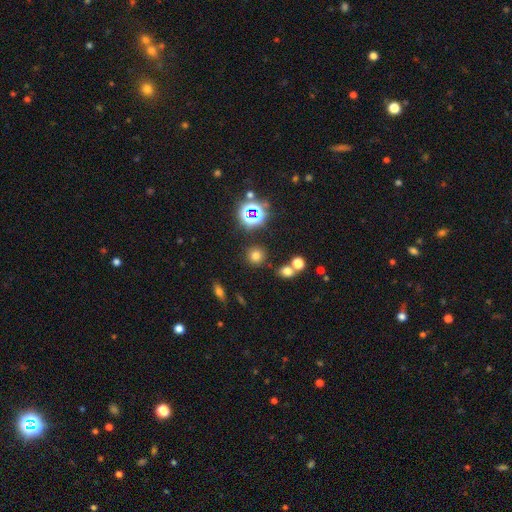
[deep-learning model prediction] A smooth galaxy with no disk features (67%) that is round (91%).

Vote fractions:
- Smooth or featured? smooth: 67% / star or artifact: 25% / featured or disk: 8%
- How rounded? round: 91% / in between: 8% / cigar-shaped: 1%
- Merging? none: 83% / minor disturbance: 8% / merger: 6% / major disturbance: 3%